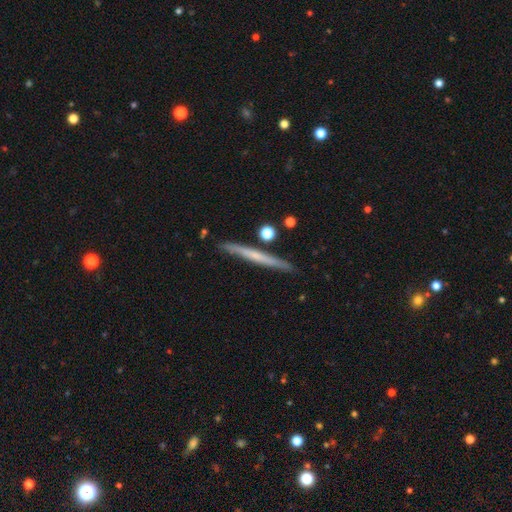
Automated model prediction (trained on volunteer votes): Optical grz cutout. It shows a featured or disk galaxy (51%) viewed edge-on (96%). Merging: none (87%).